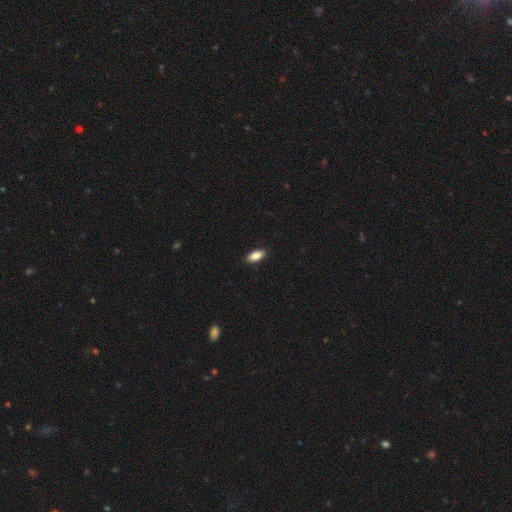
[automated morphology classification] Q: Smooth or featured?
A: smooth (87%); runner-up: star or artifact (7%)
Q: How rounded?
A: in between (88%); runner-up: cigar-shaped (9%)
Q: Merging?
A: none (89%); runner-up: minor disturbance (8%)